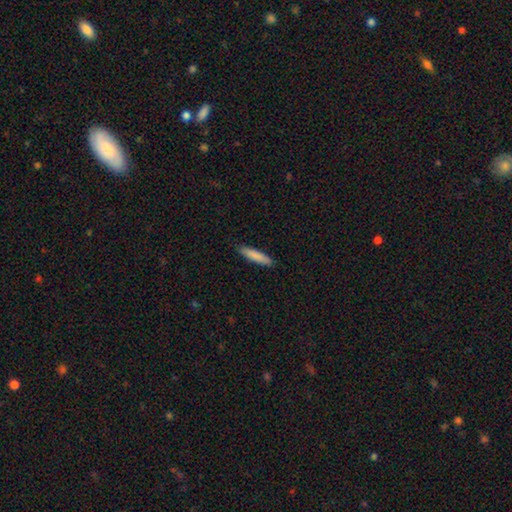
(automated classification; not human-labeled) This is clearly a smooth galaxy (85%). How rounded: clearly cigar-shaped (83%). Merging: clearly none (88%).